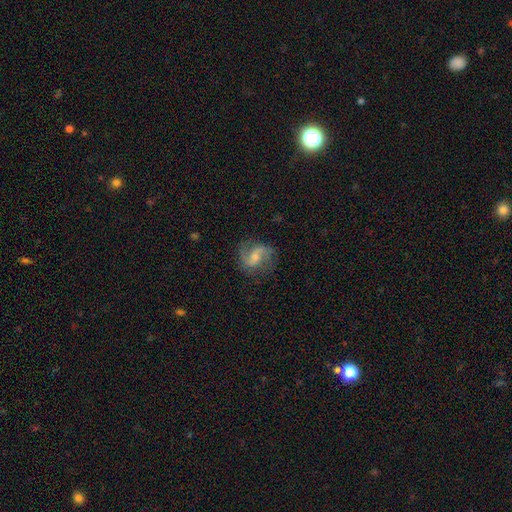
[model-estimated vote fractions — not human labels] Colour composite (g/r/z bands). It shows a featured or disk galaxy (77%) with a weak bar (48%), 2 (86%) loose (47%) spiral arms (94%) and a small central bulge (50%). Merging: none (74%).